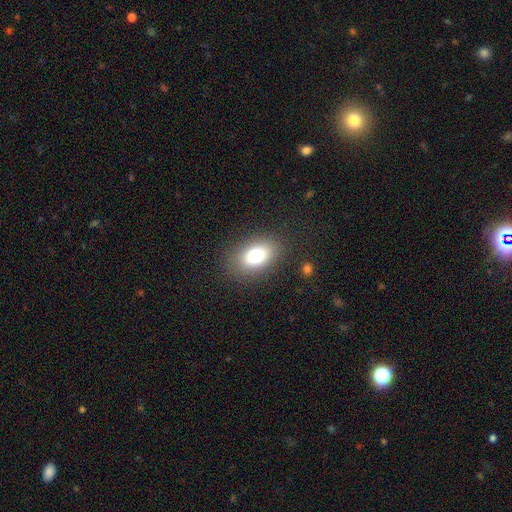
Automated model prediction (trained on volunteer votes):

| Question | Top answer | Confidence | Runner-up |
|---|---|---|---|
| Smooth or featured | smooth | 78% | featured or disk (12%) |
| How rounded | in between | 85% | round (13%) |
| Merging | none | 84% | minor disturbance (10%) |